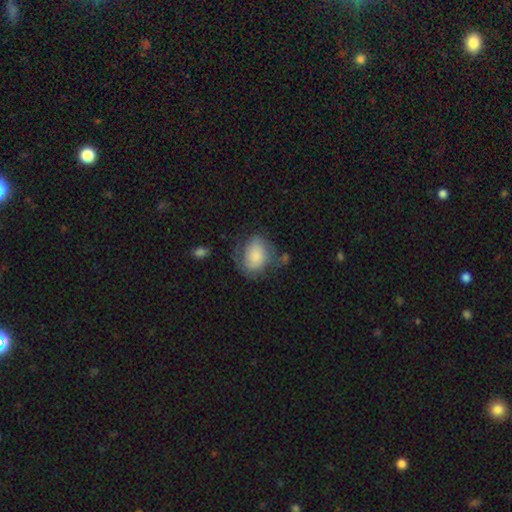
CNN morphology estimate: The model was most divided on "smooth or featured": smooth: 56%, featured or disk: 36%, star or artifact: 8%. Remaining: how rounded — in between (61%); merging — none (48%).